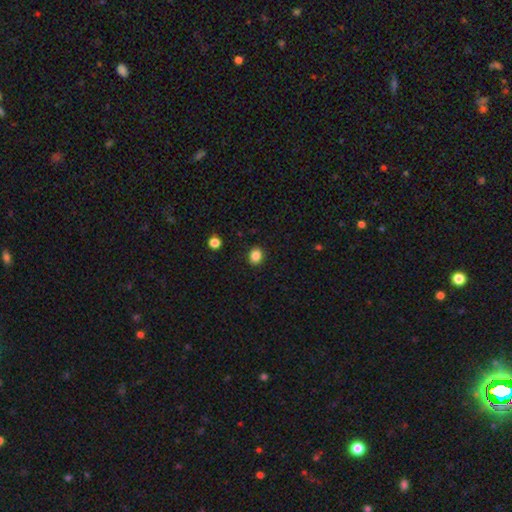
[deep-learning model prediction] smooth_or_featured: smooth (p=0.86) [alt: star or artifact p=0.10]
how_rounded: round (p=0.54) [alt: in between p=0.45]
merging: none (p=0.90) [alt: minor disturbance p=0.06]